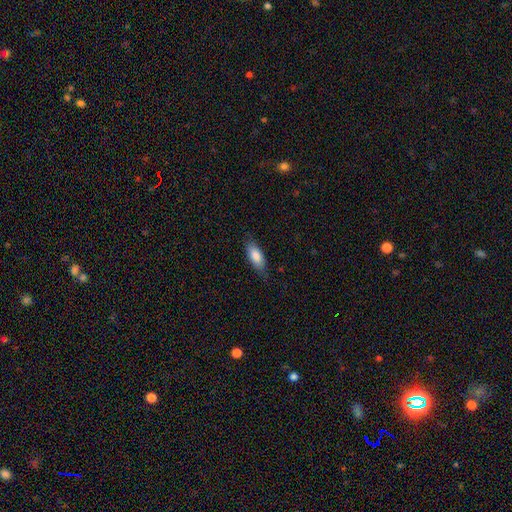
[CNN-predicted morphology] Smooth or featured: smooth — 82% (featured or disk — 12%)
How rounded: in between — 76% (cigar-shaped — 22%)
Merging: none — 78% (minor disturbance — 18%)